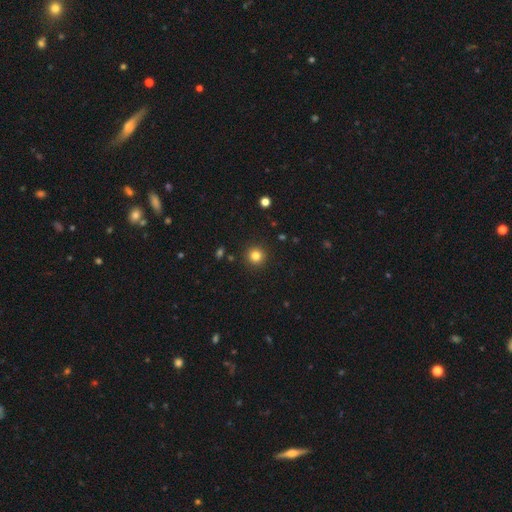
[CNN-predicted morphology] Smooth or featured? smooth (82%)
How rounded? round (95%)
Merging? none (92%)